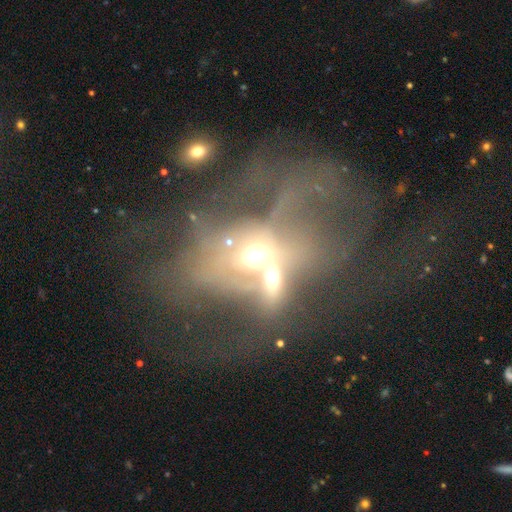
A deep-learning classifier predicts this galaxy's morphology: smooth_or_featured: featured or disk (p=0.58) [alt: smooth p=0.26]
disk_edge_on: no (p=0.89) [alt: yes p=0.11]
bar: no (p=0.79) [alt: weak p=0.14]
has_spiral_arms: no (p=0.77) [alt: yes p=0.23]
bulge_size: moderate (p=0.61) [alt: large p=0.17]
merging: merger (p=0.61) [alt: major disturbance p=0.27]